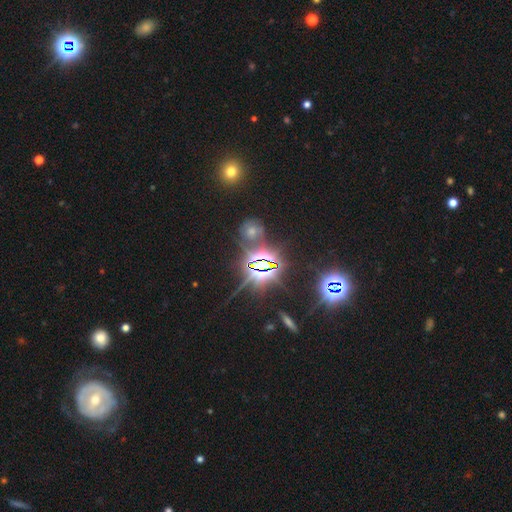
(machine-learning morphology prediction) This appears to be a star or artifact, not a galaxy (71%).